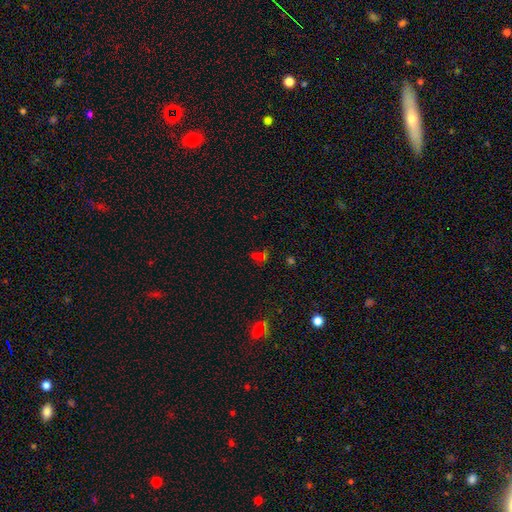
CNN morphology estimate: smooth_or_featured: star or artifact (p=0.49) [alt: smooth p=0.38]